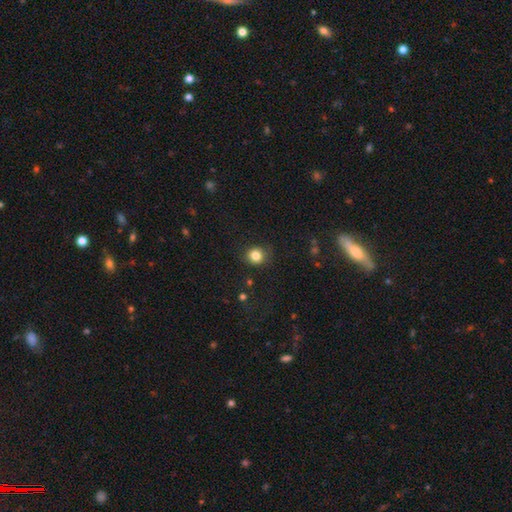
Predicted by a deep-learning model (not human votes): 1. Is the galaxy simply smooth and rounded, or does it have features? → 83% smooth, 11% star or artifact, 5% featured or disk.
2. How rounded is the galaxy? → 86% round, 14% in between, 1% cigar-shaped.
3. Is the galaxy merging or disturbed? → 85% none, 11% minor disturbance, 3% major disturbance, 1% merger.